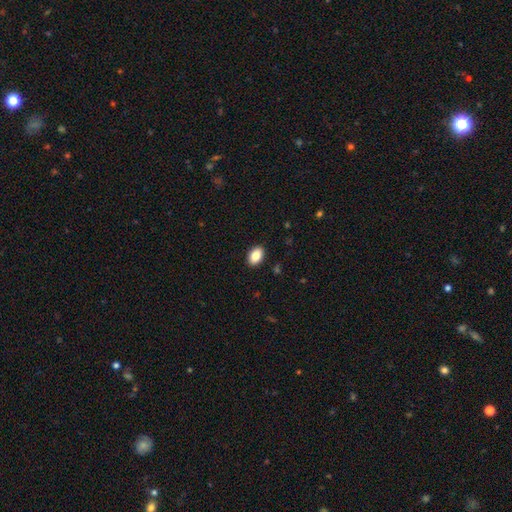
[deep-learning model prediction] A smooth galaxy with no disk features (85%) that is in between round and cigar-shaped (89%). Merging: none (90%).